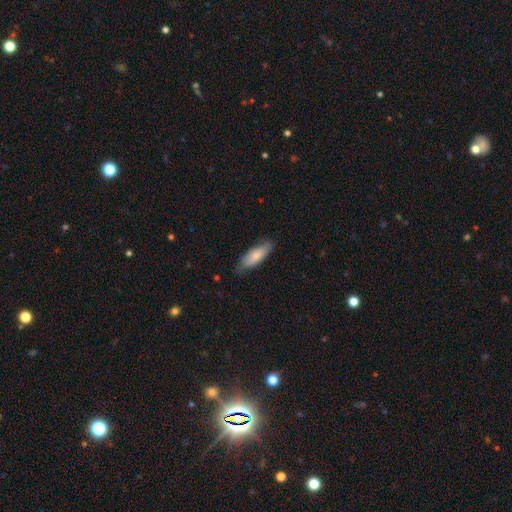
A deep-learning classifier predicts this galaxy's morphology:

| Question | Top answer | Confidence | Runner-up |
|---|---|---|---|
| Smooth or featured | smooth | 76% | featured or disk (18%) |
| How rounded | in between | 55% | cigar-shaped (43%) |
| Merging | none | 78% | minor disturbance (18%) |